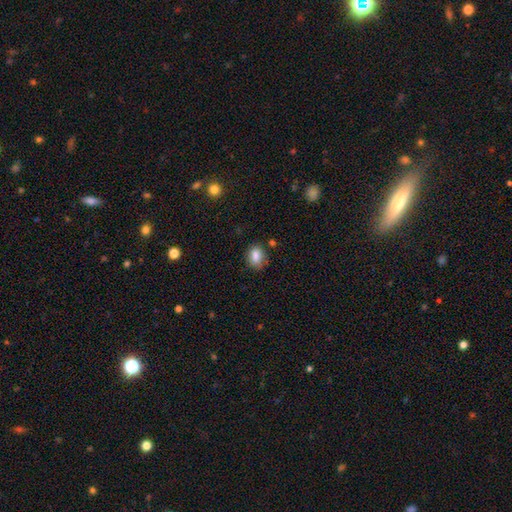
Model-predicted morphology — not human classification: Smooth or featured: smooth — 85% (star or artifact — 9%)
How rounded: in between — 67% (round — 32%)
Merging: none — 77% (minor disturbance — 16%)